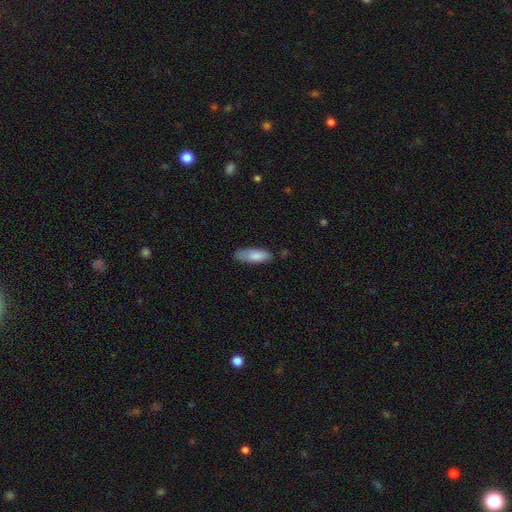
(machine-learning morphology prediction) The model was most divided on "how rounded": in between: 61%, cigar-shaped: 37%, round: 2%. More confident: smooth or featured — smooth (84%); merging — none (75%).